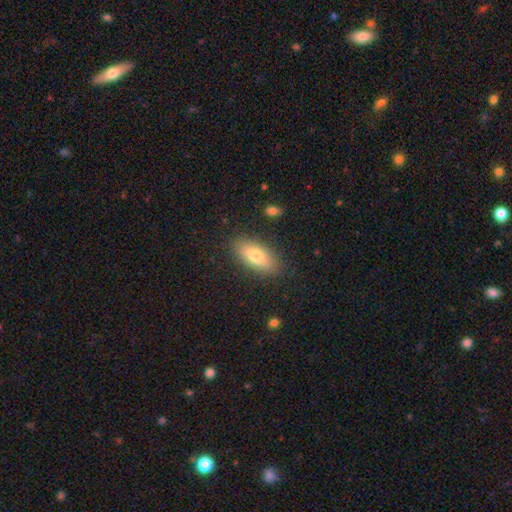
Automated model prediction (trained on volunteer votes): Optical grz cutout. It shows a smooth galaxy with no disk features (75%) that is in between round and cigar-shaped (83%). Merging: none (86%).